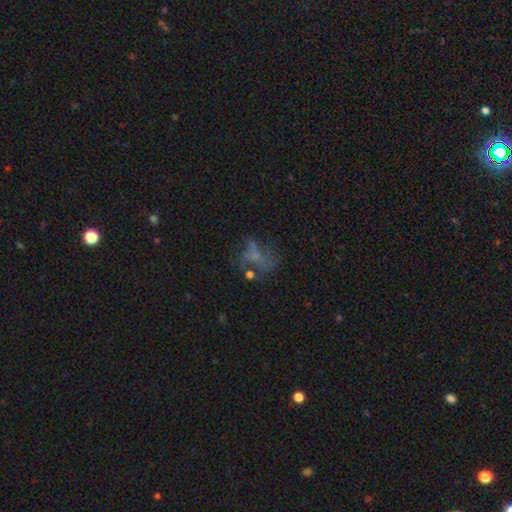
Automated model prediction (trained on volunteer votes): Smooth or featured?
  - featured or disk: 43% *
  - smooth: 30%
  - star or artifact: 27%
Merging?
  - none: 40% *
  - major disturbance: 34%
  - minor disturbance: 16%
  - merger: 10%